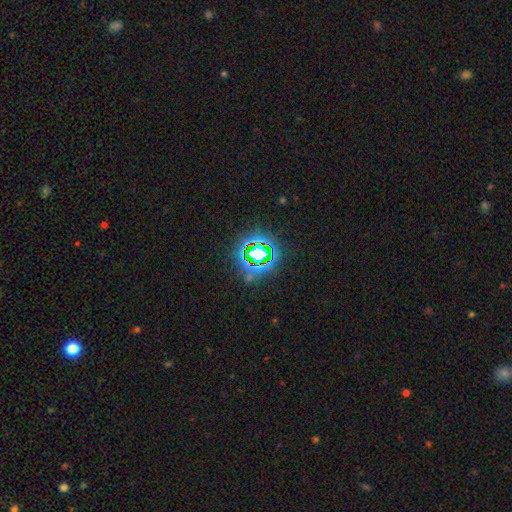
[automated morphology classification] Q: Smooth or featured?
A: star or artifact (73%); runner-up: smooth (16%)